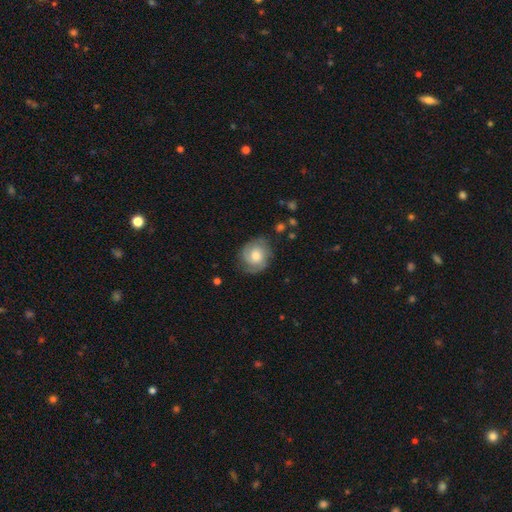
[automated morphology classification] Smooth or featured?
  - featured or disk: 54% *
  - smooth: 39%
  - star or artifact: 7%
Edge-on disk?
  - no: 97% *
  - yes: 3%
Bar?
  - no: 74% *
  - weak: 23%
  - strong: 3%
Spiral arms?
  - yes: 86% *
  - no: 14%
Bulge size?
  - moderate: 63% *
  - large: 17%
  - small: 16%
  - none: 2%
  - dominant: 2%
Merging?
  - none: 72% *
  - minor disturbance: 20%
  - major disturbance: 7%
  - merger: 1%